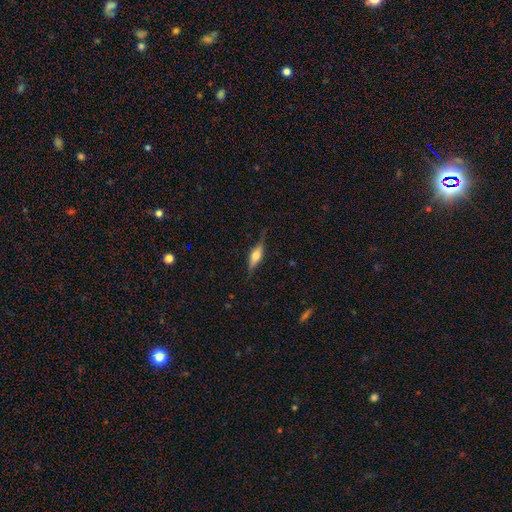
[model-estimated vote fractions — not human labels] Smooth or featured? featured or disk (57%)
Edge-on disk? yes (92%)
Edge-on bulge? rounded (89%)
Merging? none (76%)